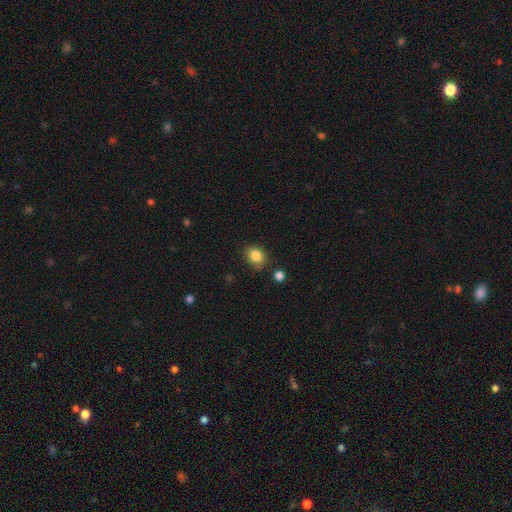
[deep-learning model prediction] Overall: smooth (85%). How rounded: round (55%; in between 45%). Merging: none (78%).